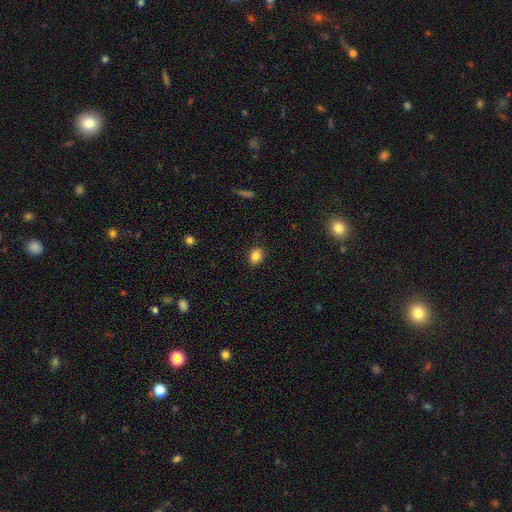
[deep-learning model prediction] This appears to be a smooth galaxy with no disk features (84%) that is in between round and cigar-shaped (67%). Merging: none (87%).